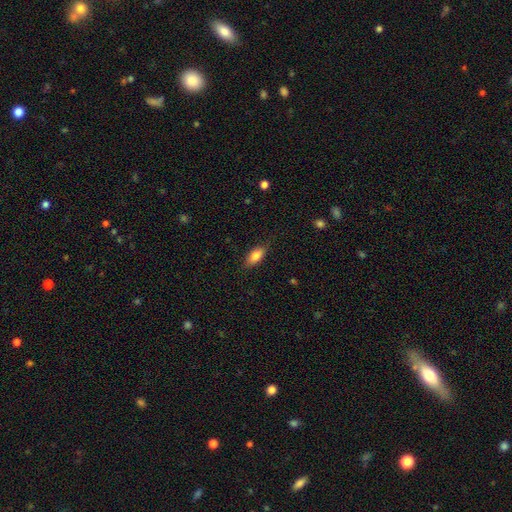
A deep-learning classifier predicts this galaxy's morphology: smooth_or_featured: smooth (p=0.81) [alt: featured or disk p=0.12]
how_rounded: in between (p=0.86) [alt: cigar-shaped p=0.10]
merging: none (p=0.81) [alt: minor disturbance p=0.15]